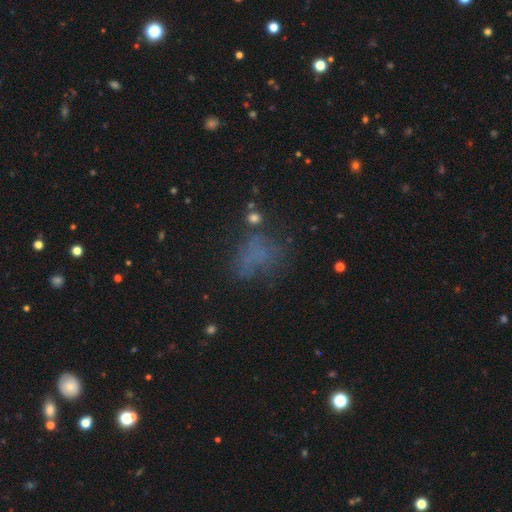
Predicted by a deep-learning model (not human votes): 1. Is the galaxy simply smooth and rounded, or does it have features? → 49% smooth, 27% star or artifact, 24% featured or disk.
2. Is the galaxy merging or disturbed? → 45% none, 27% major disturbance, 21% minor disturbance, 7% merger.